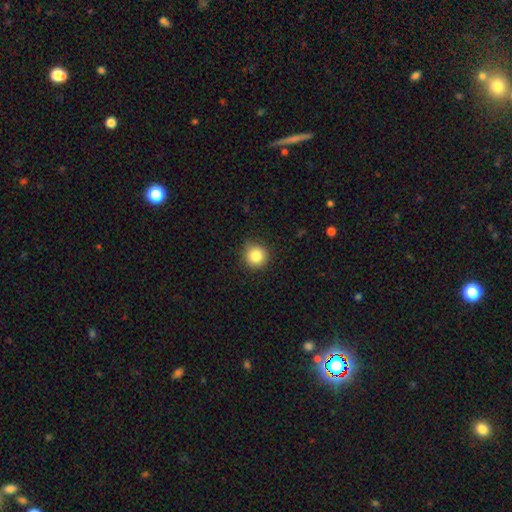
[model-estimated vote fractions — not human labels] Smooth or featured?
  - smooth: 85% *
  - star or artifact: 10%
  - featured or disk: 5%
How rounded?
  - round: 93% *
  - in between: 6%
  - cigar-shaped: 1%
Merging?
  - none: 86% *
  - minor disturbance: 11%
  - major disturbance: 2%
  - merger: 1%